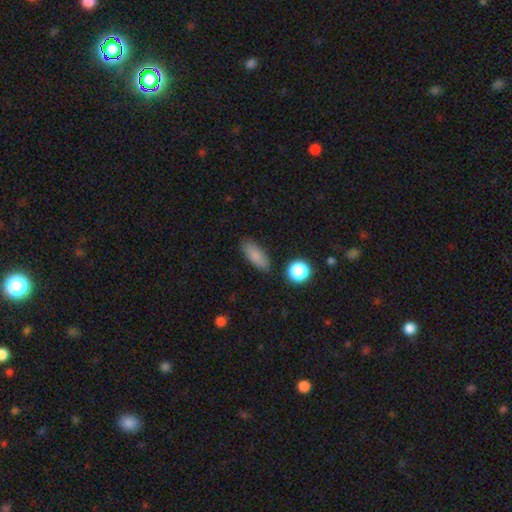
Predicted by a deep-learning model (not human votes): A smooth galaxy with no disk features (83%) that is in between round and cigar-shaped (74%). Merging: none (84%).